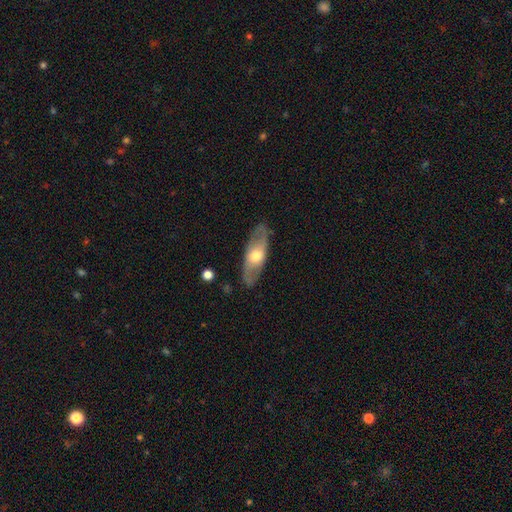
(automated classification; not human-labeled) smooth_or_featured: featured or disk (p=0.52) [alt: smooth p=0.43]
disk_edge_on: no (p=0.67) [alt: yes p=0.33]
merging: none (p=0.84) [alt: minor disturbance p=0.12]